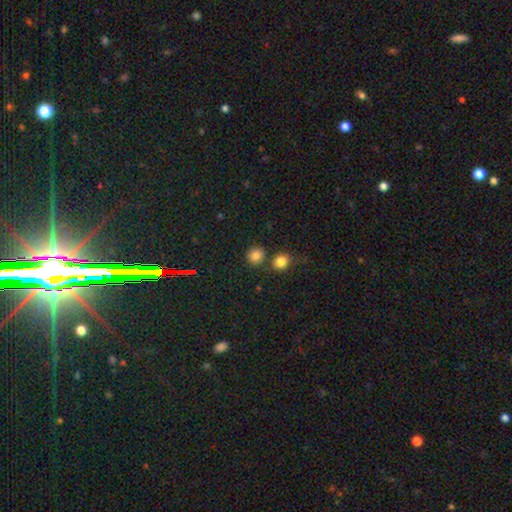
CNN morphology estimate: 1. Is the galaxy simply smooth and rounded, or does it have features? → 83% smooth, 12% star or artifact, 5% featured or disk.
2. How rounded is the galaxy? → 87% round, 12% in between, 1% cigar-shaped.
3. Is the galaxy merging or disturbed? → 75% none, 13% merger, 9% minor disturbance, 3% major disturbance.